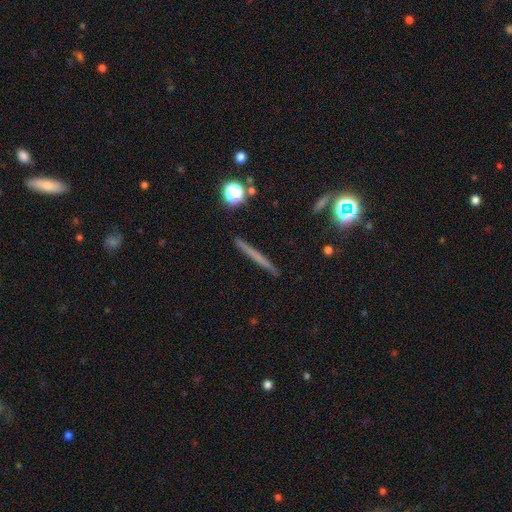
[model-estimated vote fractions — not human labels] Smooth or featured? Predicted: smooth (p=0.50). Merging? Predicted: none (p=0.91).